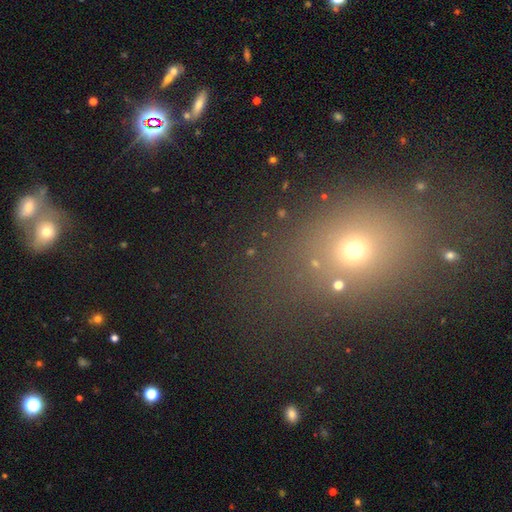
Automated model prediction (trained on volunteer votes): Smooth or featured? Predicted: smooth (p=0.45). Merging? Predicted: none (p=0.79).